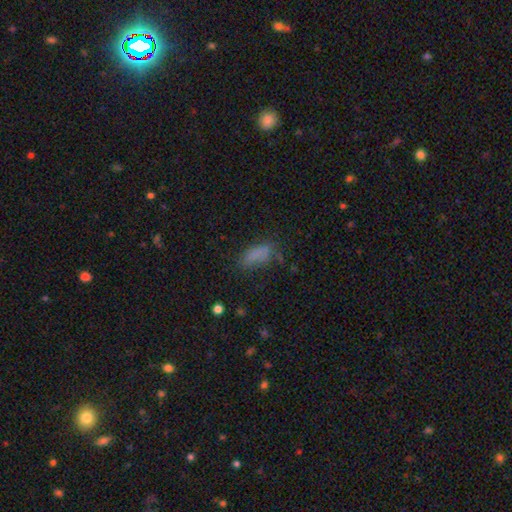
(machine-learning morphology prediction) Smooth or featured? smooth (77%)
How rounded? in between (75%)
Merging? none (56%)